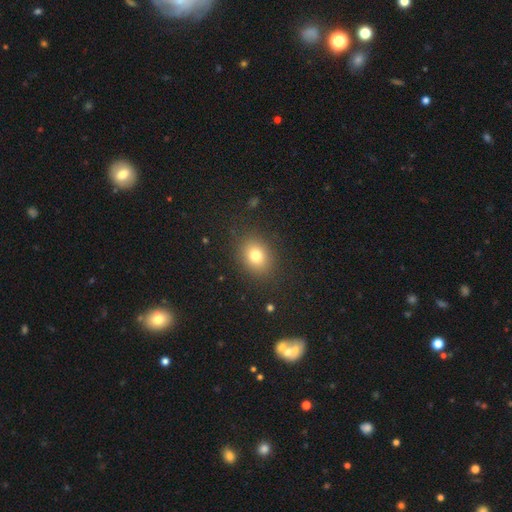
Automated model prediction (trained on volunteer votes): Smooth or featured: smooth — 77% (star or artifact — 13%)
How rounded: in between — 50% (round — 49%)
Merging: none — 86% (minor disturbance — 9%)